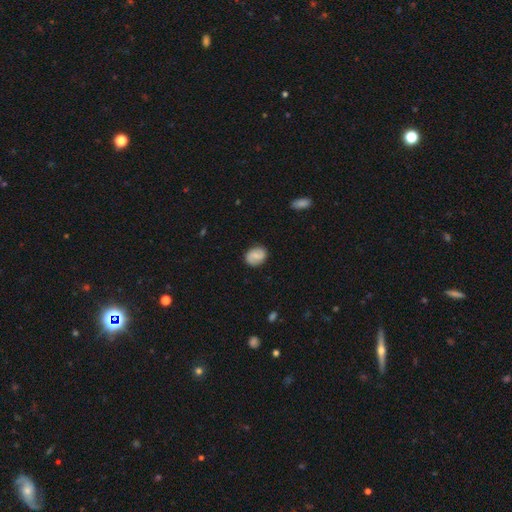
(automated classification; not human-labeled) The model was most divided on "how rounded": in between: 52%, round: 47%, cigar-shaped: 1%. More confident: merging — none (83%); smooth or featured — smooth (50%).